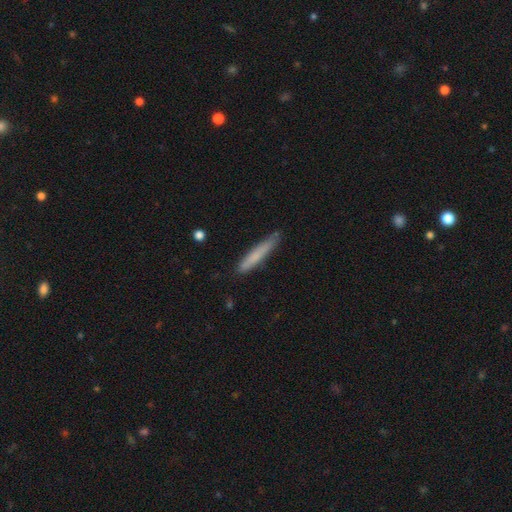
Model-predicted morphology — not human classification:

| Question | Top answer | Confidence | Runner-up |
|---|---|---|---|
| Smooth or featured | smooth | 74% | featured or disk (20%) |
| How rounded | cigar-shaped | 94% | in between (5%) |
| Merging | none | 82% | minor disturbance (14%) |